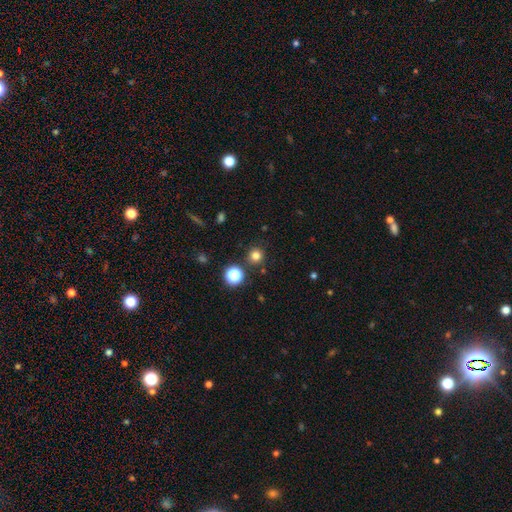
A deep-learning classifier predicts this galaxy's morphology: Smooth or featured? Predicted: smooth (p=0.78). How rounded? Predicted: round (p=0.94). Merging? Predicted: none (p=0.88).